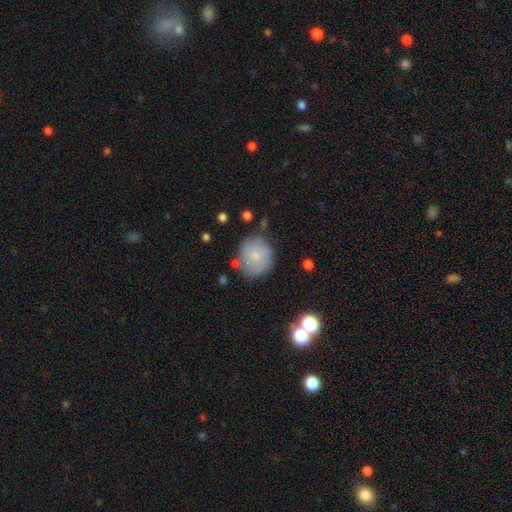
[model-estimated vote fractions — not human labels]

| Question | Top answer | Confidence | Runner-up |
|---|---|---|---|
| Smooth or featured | smooth | 76% | featured or disk (16%) |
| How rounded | round | 89% | in between (10%) |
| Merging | none | 70% | minor disturbance (19%) |